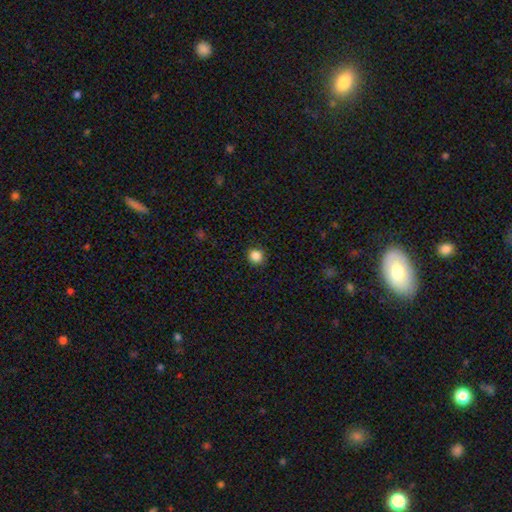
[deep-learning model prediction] The model was most divided on "smooth or featured": smooth: 86%, star or artifact: 11%, featured or disk: 3%. More confident: how rounded — round (91%); merging — none (90%).